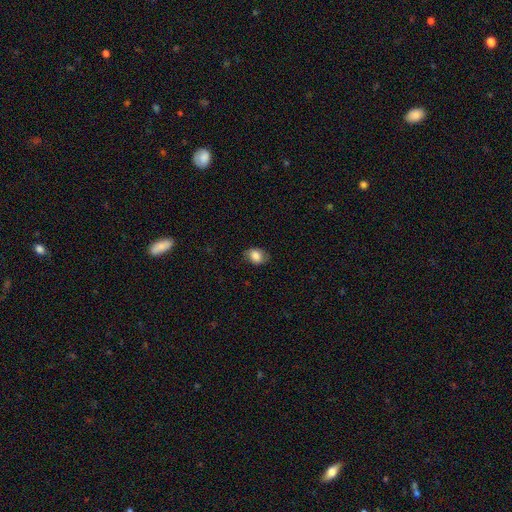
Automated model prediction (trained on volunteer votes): This is clearly a smooth galaxy (80%). How rounded: likely in between (67%). Merging: likely none (77%).